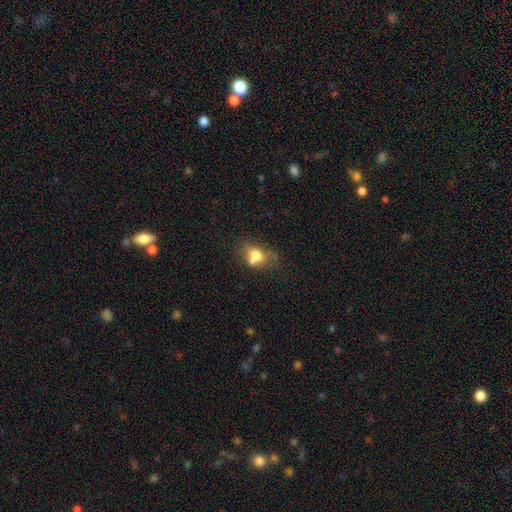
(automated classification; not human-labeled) Smooth or featured?
  - smooth: 70% *
  - featured or disk: 19%
  - star or artifact: 11%
How rounded?
  - in between: 57% *
  - round: 41%
  - cigar-shaped: 2%
Merging?
  - none: 38% *
  - merger: 29%
  - minor disturbance: 21%
  - major disturbance: 12%